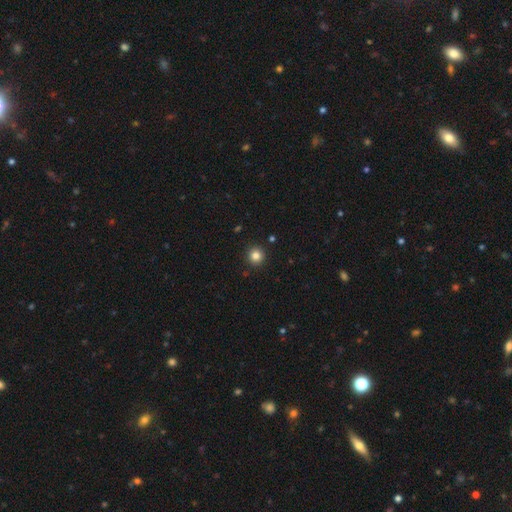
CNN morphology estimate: type=smooth (83%); roundness=round (95%); merging=none (92%).